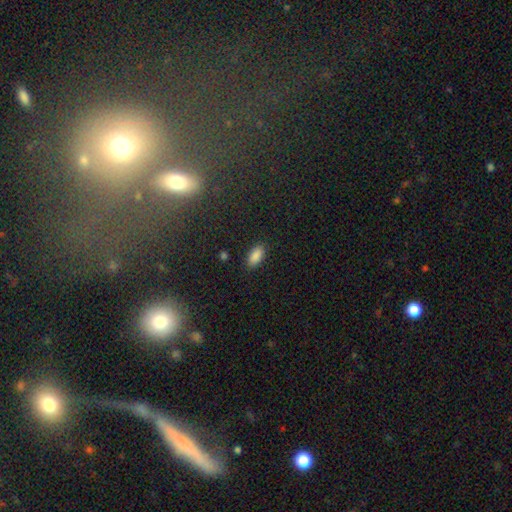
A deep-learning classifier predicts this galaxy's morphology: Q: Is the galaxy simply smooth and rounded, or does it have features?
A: smooth — 87%.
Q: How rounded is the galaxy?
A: in between — 91%.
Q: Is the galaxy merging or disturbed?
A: none — 87%.